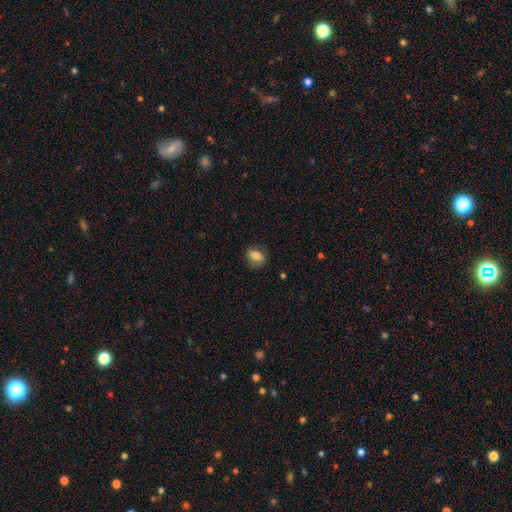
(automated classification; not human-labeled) Q: Smooth or featured?
A: smooth (77%); runner-up: featured or disk (14%)
Q: How rounded?
A: in between (70%); runner-up: round (27%)
Q: Merging?
A: none (80%); runner-up: minor disturbance (15%)